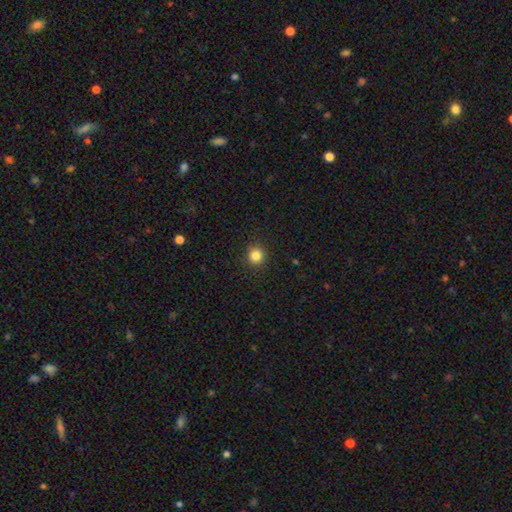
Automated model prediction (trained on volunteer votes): smooth-or-featured: smooth: 83% | star or artifact: 12% | featured or disk: 4%
  how-rounded: round: 93% | in between: 6% | cigar-shaped: 1%
  merging: none: 92% | minor disturbance: 5% | major disturbance: 2% | merger: 1%